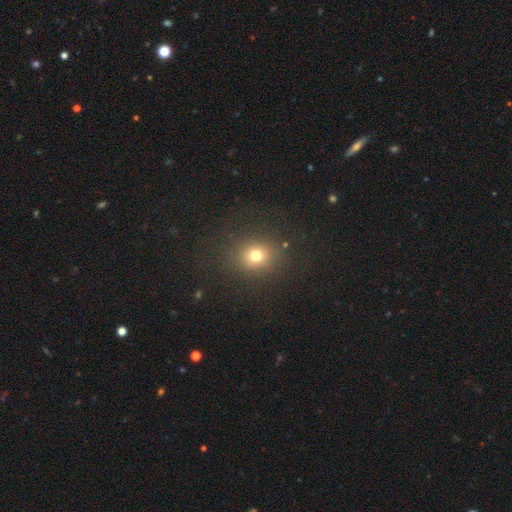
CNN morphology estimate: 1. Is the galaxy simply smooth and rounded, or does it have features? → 74% smooth, 19% star or artifact, 8% featured or disk.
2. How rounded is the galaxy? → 78% round, 21% in between, 1% cigar-shaped.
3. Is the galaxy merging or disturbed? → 85% none, 8% minor disturbance, 4% major disturbance, 2% merger.